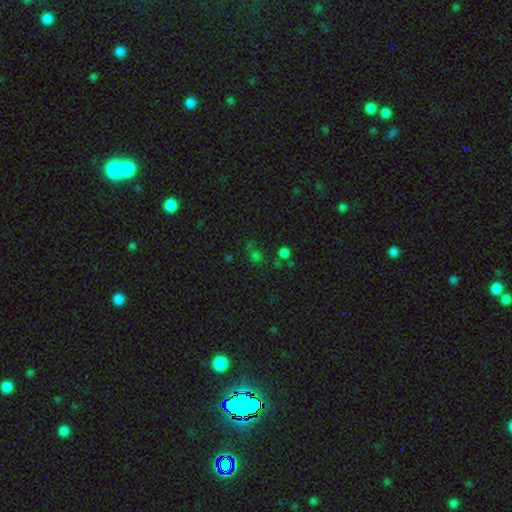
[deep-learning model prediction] smooth 52%, star or artifact 40%, featured or disk 8%. Down the decision tree: how rounded — round (80%); merging — none (62%).